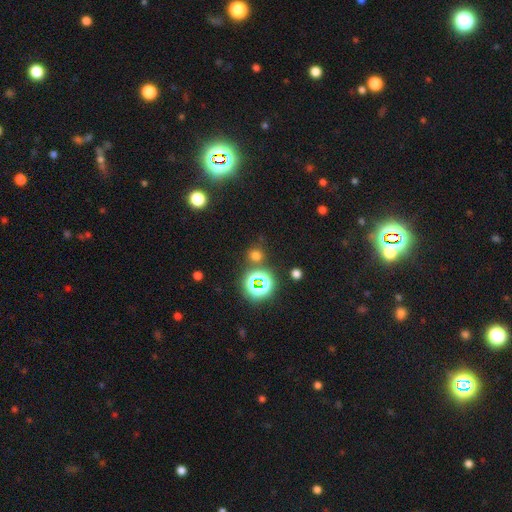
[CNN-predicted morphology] The model was most divided on "smooth or featured": smooth: 60%, star or artifact: 34%, featured or disk: 6%. More confident: how rounded — round (88%); merging — none (79%).